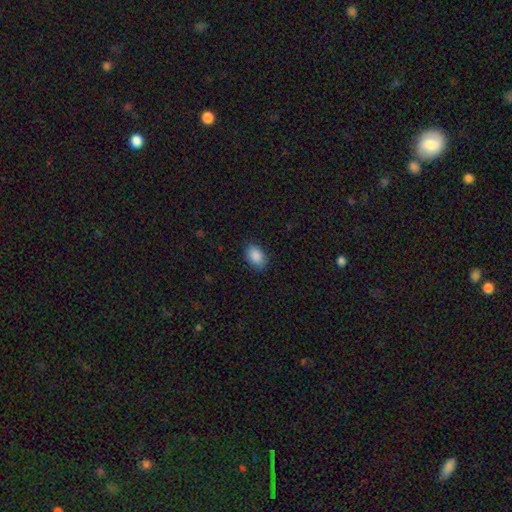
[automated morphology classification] This is clearly a smooth galaxy (89%). How rounded: clearly in between (85%). Merging: clearly none (86%).